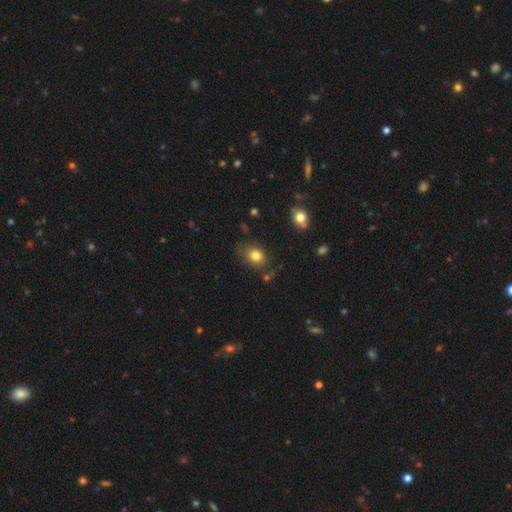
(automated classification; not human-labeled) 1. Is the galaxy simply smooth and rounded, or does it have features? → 81% smooth, 11% star or artifact, 8% featured or disk.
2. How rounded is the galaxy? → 54% in between, 45% round, 1% cigar-shaped.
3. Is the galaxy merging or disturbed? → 70% none, 20% minor disturbance, 6% major disturbance, 4% merger.